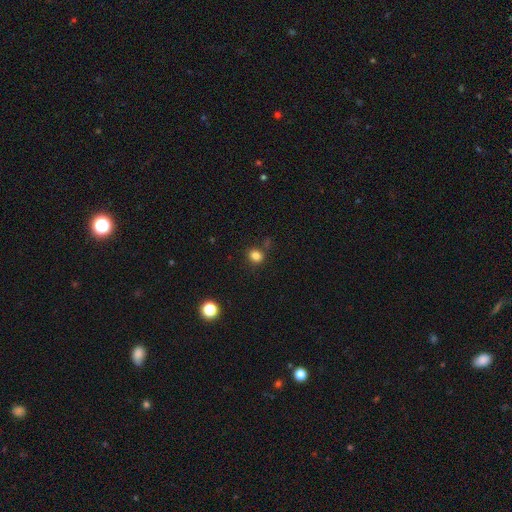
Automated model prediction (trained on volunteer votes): A smooth galaxy with no disk features (82%) that is round (68%).

Vote fractions:
- Smooth or featured? smooth: 82% / star or artifact: 13% / featured or disk: 5%
- How rounded? round: 68% / in between: 31% / cigar-shaped: 1%
- Merging? none: 78% / minor disturbance: 13% / merger: 5% / major disturbance: 4%